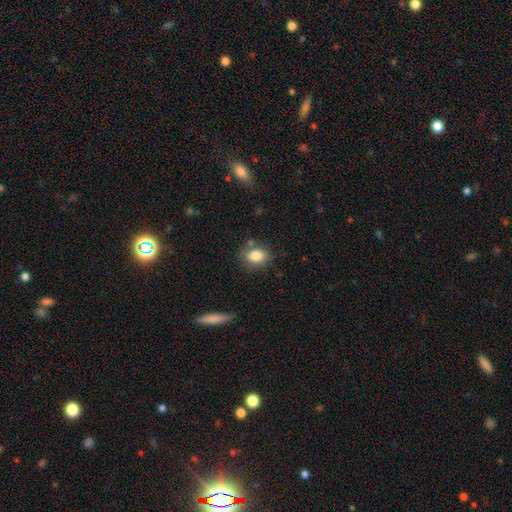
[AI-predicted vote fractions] smooth-or-featured: smooth: 81% | star or artifact: 9% | featured or disk: 9%
  how-rounded: in between: 60% | round: 38% | cigar-shaped: 1%
  merging: none: 73% | minor disturbance: 15% | merger: 7% | major disturbance: 4%